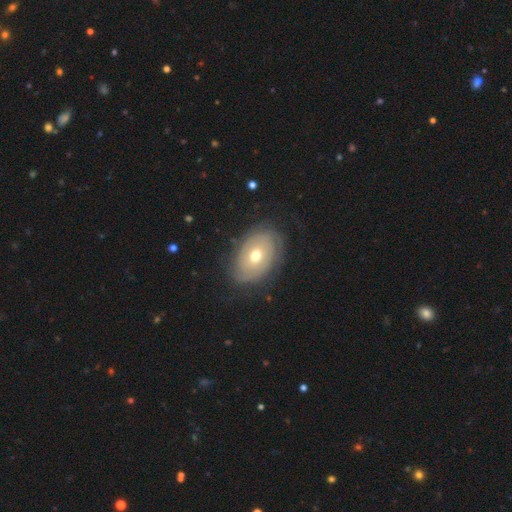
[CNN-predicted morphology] A featured or disk galaxy (54%) with no bar (83%), spiral arms (52%) and a moderate central bulge (68%). Merging: none (76%).